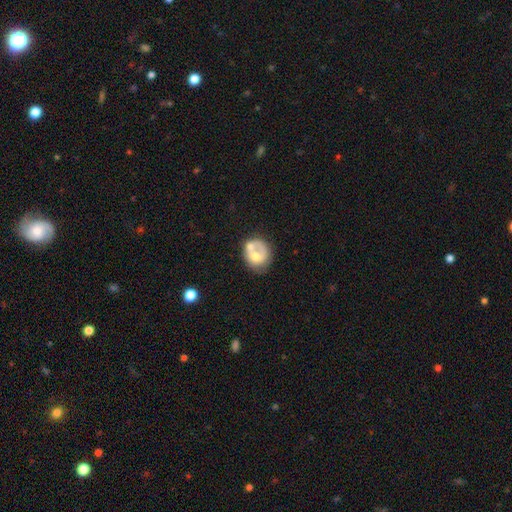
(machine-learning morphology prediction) This is possibly a smooth galaxy (52%). How rounded: likely round (66%). Merging: marginally merger (38%).